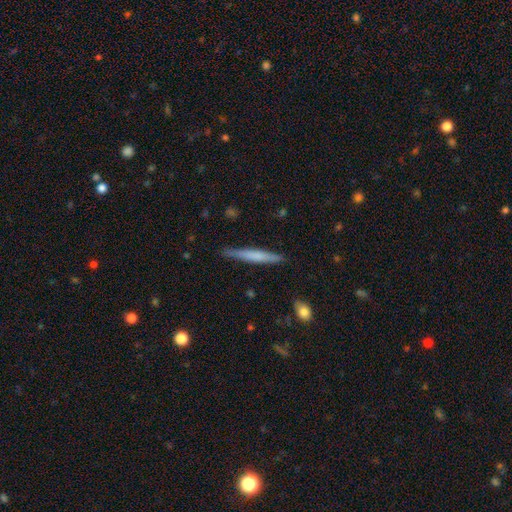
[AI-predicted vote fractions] This is possibly a smooth galaxy (57%). How rounded: clearly cigar-shaped (95%). Merging: clearly none (86%).